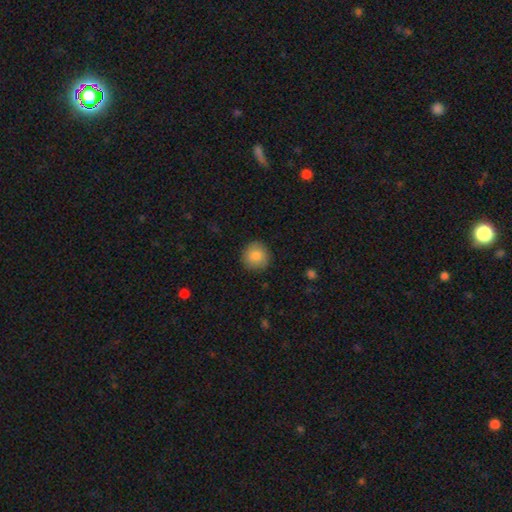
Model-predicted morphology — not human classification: Smooth or featured: smooth — 84% (star or artifact — 8%)
How rounded: round — 93% (in between — 6%)
Merging: none — 89% (minor disturbance — 8%)